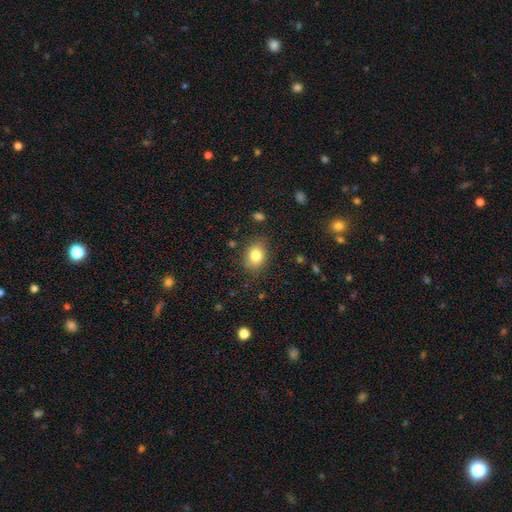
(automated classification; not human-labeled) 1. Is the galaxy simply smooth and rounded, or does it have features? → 81% smooth, 10% star or artifact, 9% featured or disk.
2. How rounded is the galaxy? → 58% in between, 41% round, 1% cigar-shaped.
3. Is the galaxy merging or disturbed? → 82% none, 13% minor disturbance, 3% major disturbance, 2% merger.